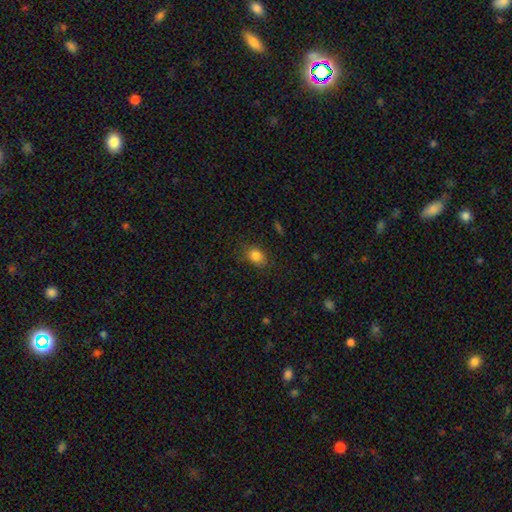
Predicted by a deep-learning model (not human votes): smooth-or-featured: smooth: 84% | star or artifact: 10% | featured or disk: 6%
  how-rounded: in between: 65% | round: 34% | cigar-shaped: 1%
  merging: none: 80% | minor disturbance: 15% | major disturbance: 4% | merger: 1%